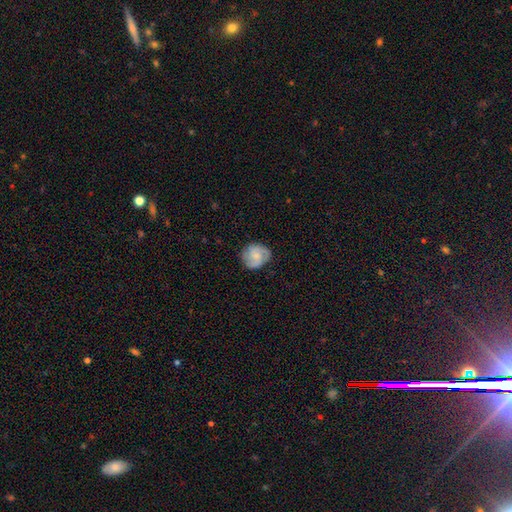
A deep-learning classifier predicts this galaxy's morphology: Smooth or featured? Predicted: featured or disk (p=0.52). Edge-on disk? Predicted: no (p=0.98). Bar? Predicted: no (p=0.69). Spiral arms? Predicted: yes (p=0.90). Bulge size? Predicted: small (p=0.52). Merging? Predicted: none (p=0.75).